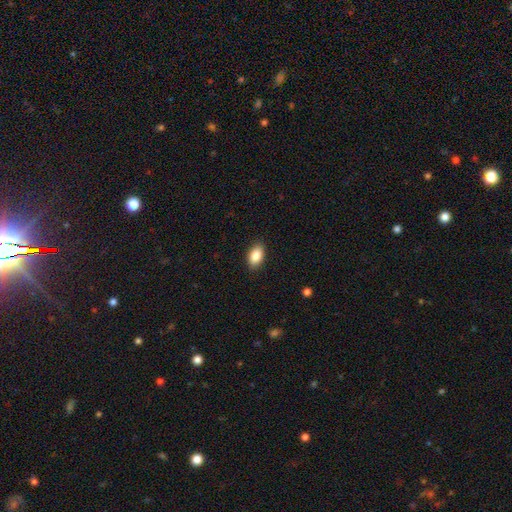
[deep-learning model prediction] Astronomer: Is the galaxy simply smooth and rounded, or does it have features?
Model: smooth — 84%.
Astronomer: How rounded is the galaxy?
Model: in between — 91%.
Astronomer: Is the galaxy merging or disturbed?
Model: none — 89%.